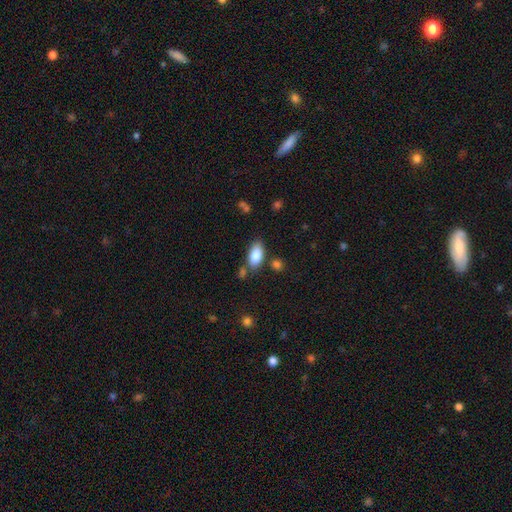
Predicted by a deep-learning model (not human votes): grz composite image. It shows a smooth galaxy with no disk features (85%) that is in between round and cigar-shaped (91%). Merging: none (71%).